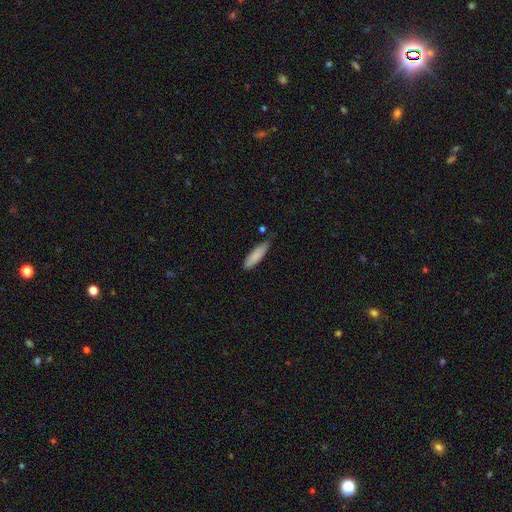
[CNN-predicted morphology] smooth_or_featured: smooth (p=0.86) [alt: featured or disk p=0.08]
how_rounded: cigar-shaped (p=0.63) [alt: in between p=0.36]
merging: none (p=0.68) [alt: minor disturbance p=0.26]